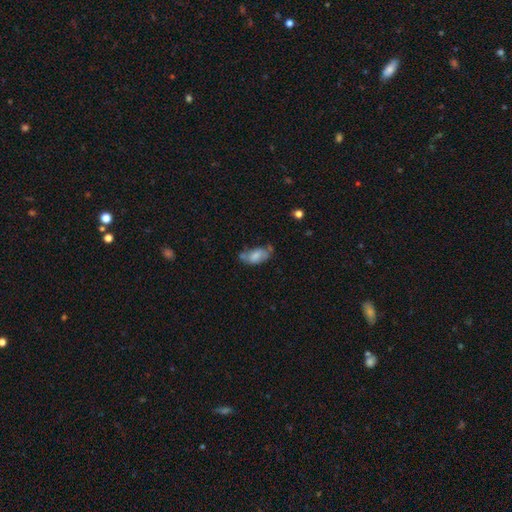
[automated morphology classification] This is likely a smooth galaxy (65%). How rounded: clearly in between (90%). Merging: marginally none (41%).